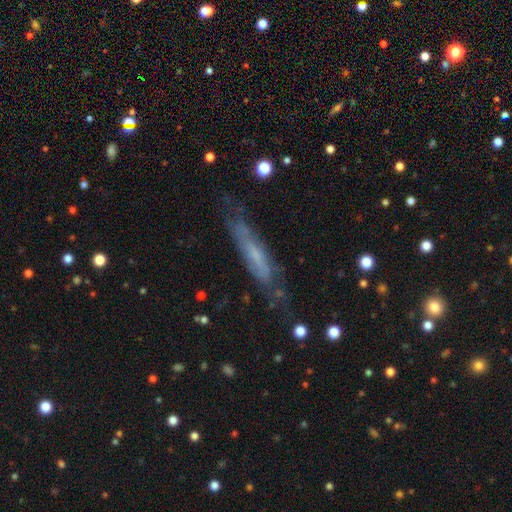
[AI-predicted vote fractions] smooth_or_featured: featured or disk (p=0.53) [alt: smooth p=0.38]
disk_edge_on: yes (p=0.60) [alt: no p=0.40]
merging: none (p=0.66) [alt: minor disturbance p=0.23]